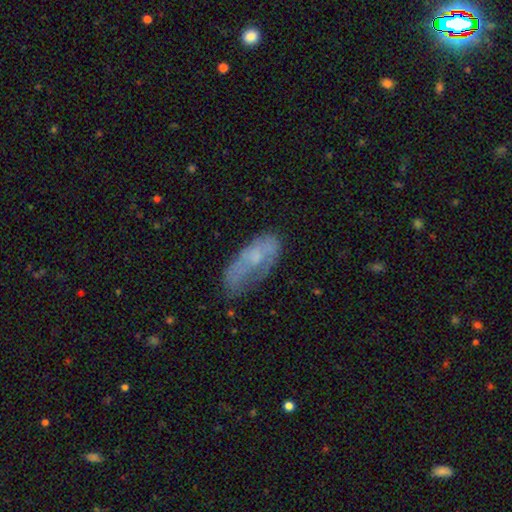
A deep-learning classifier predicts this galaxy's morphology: Smooth or featured? smooth (50%)
Merging? none (47%)